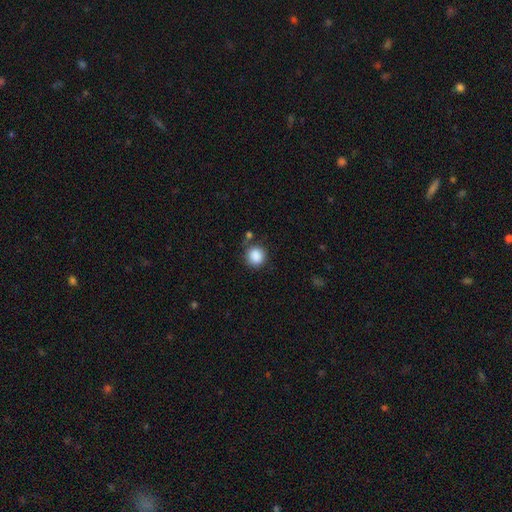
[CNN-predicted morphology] Overall: smooth (88%). How rounded: round (89%). Merging: none (79%).